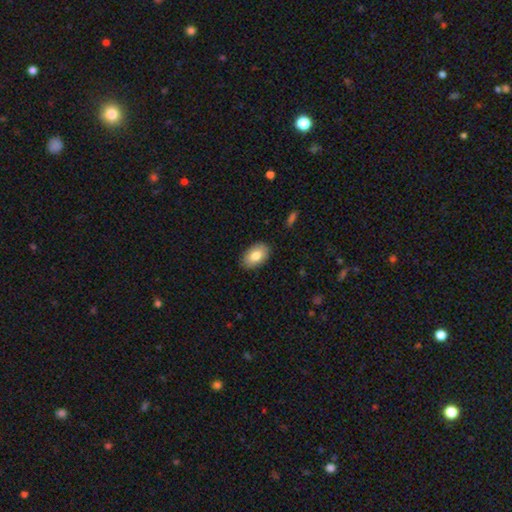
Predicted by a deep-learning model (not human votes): Smooth or featured: smooth — 80% (featured or disk — 14%)
How rounded: in between — 91% (round — 7%)
Merging: none — 88% (minor disturbance — 9%)